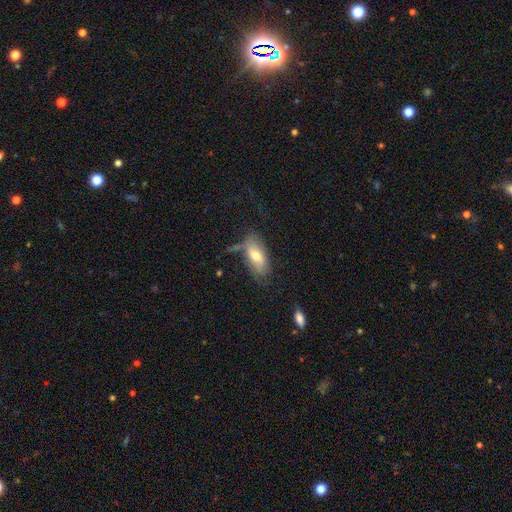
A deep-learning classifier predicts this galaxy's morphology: Q: Smooth or featured?
A: smooth (65%); runner-up: featured or disk (28%)
Q: How rounded?
A: in between (88%); runner-up: cigar-shaped (8%)
Q: Merging?
A: none (50%); runner-up: minor disturbance (26%)